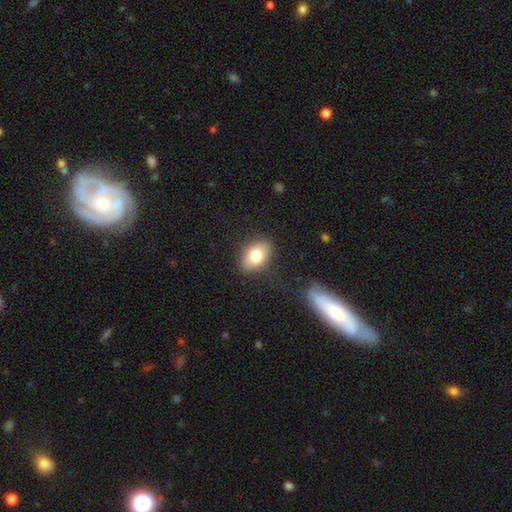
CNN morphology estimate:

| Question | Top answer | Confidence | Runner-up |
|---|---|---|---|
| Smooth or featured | smooth | 78% | featured or disk (14%) |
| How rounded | in between | 85% | round (14%) |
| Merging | none | 82% | minor disturbance (12%) |